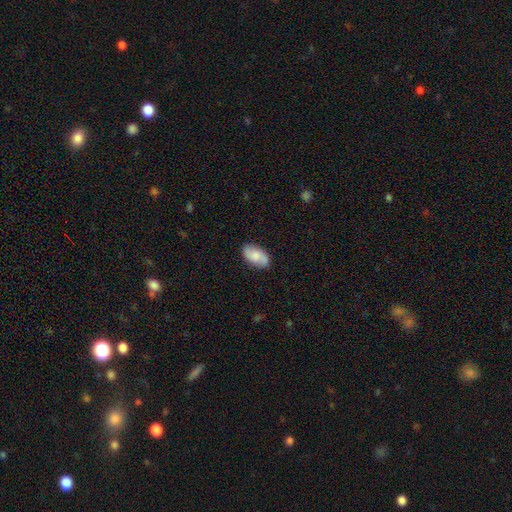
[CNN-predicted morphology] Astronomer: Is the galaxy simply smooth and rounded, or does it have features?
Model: smooth — 55% (runner-up: featured or disk, 38%).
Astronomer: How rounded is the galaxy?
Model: in between — 94%.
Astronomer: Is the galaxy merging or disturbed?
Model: none — 83%.